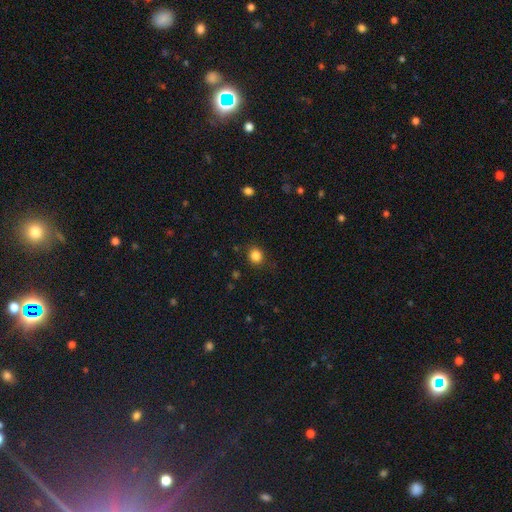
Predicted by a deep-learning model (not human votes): Smooth or featured? Predicted: smooth (p=0.85). How rounded? Predicted: round (p=0.81). Merging? Predicted: none (p=0.86).